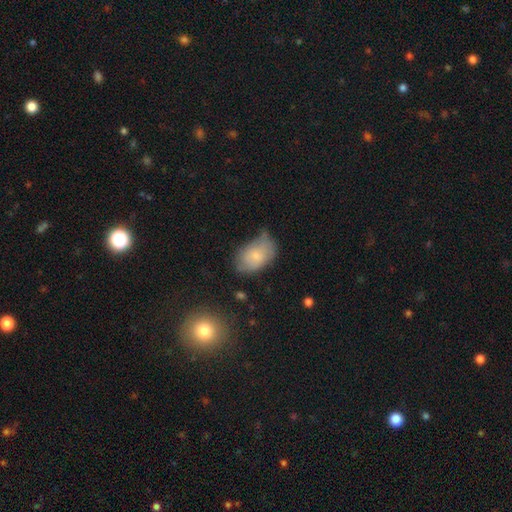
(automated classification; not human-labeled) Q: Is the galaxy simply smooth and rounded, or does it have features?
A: smooth — 73%.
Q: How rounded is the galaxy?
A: in between — 88%.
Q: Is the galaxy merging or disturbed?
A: none — 42%.